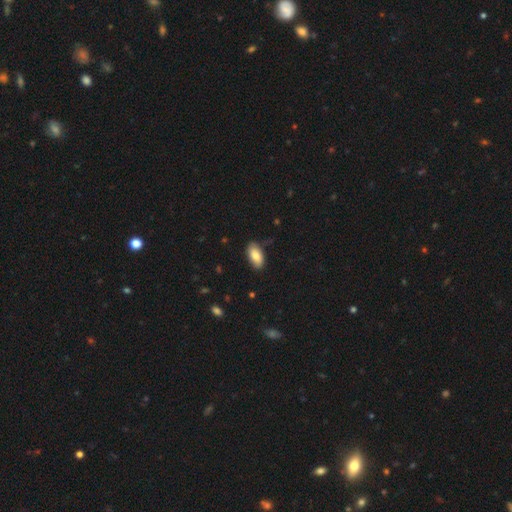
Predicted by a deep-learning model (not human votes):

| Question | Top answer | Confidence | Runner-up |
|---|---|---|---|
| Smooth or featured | smooth | 83% | featured or disk (10%) |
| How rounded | in between | 94% | cigar-shaped (3%) |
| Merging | none | 81% | minor disturbance (15%) |